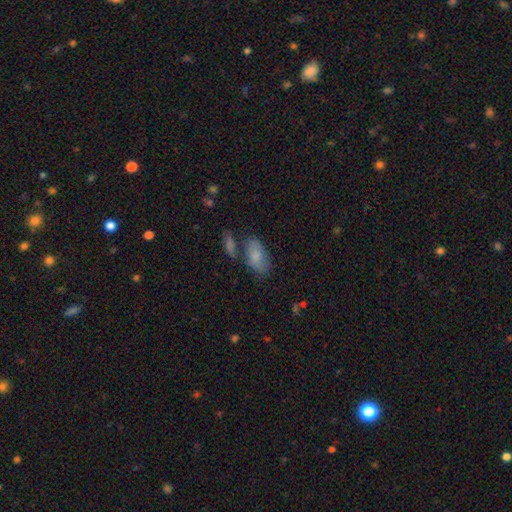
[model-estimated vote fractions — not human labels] The model was most divided on "merging": none: 54%, minor disturbance: 19%, merger: 19%, major disturbance: 8%. More confident: how rounded — in between (92%); smooth or featured — smooth (75%).